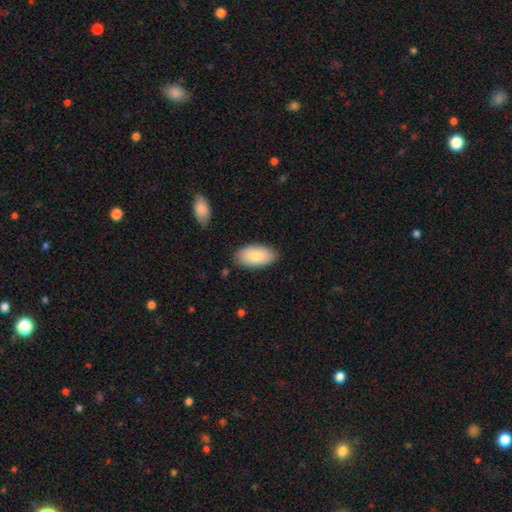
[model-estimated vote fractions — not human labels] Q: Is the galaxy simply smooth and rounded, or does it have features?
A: smooth — 85%.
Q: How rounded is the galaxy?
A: in between — 95%.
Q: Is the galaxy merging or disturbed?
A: none — 84%.